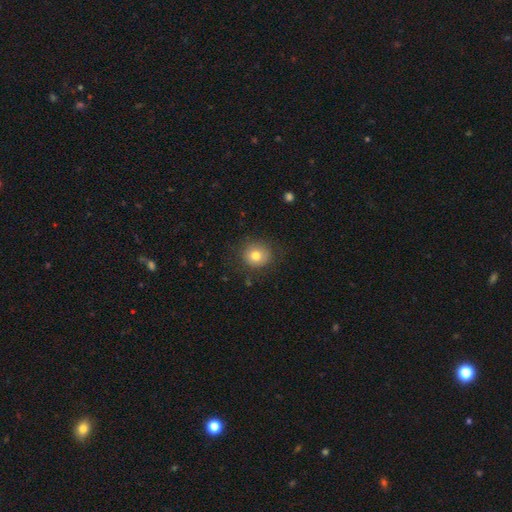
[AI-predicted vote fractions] A smooth galaxy with no disk features (77%) that is round (88%). Merging: none (82%).